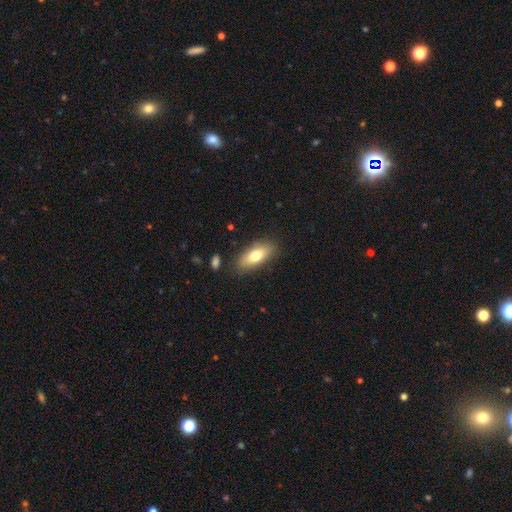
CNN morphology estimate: A smooth galaxy with no disk features (73%) that is in between round and cigar-shaped (77%). Merging: none (84%).